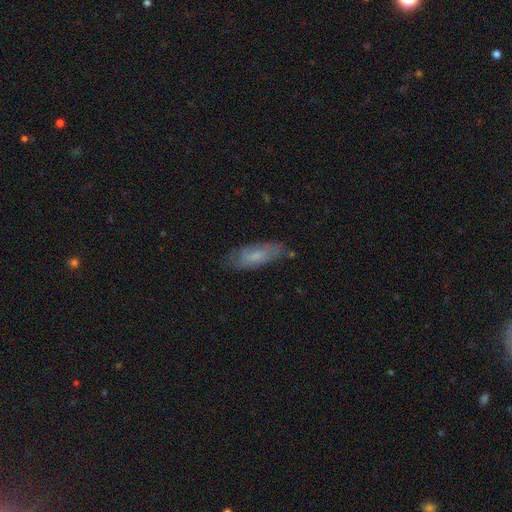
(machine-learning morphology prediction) The model was most divided on "smooth or featured": smooth: 58%, featured or disk: 35%, star or artifact: 7%. More confident: merging — none (70%); how rounded — in between (62%).